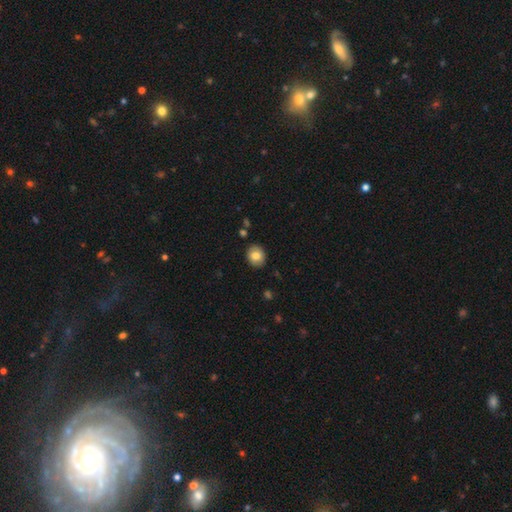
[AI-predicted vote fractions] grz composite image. It shows a smooth galaxy with no disk features (79%) that is round (63%). Merging: none (88%).